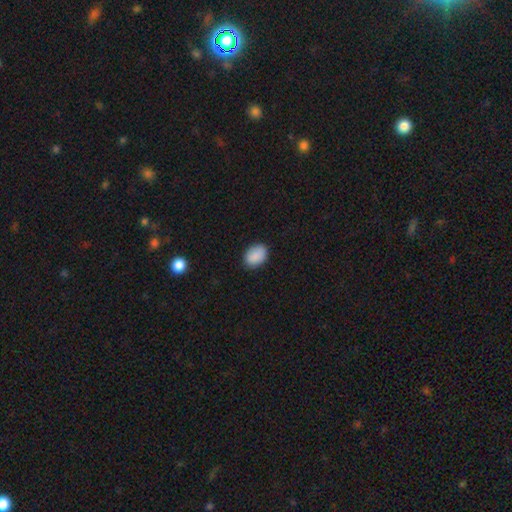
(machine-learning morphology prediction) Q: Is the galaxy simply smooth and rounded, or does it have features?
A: smooth — 88%.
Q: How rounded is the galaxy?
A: in between — 79%.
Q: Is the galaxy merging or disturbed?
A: none — 84%.